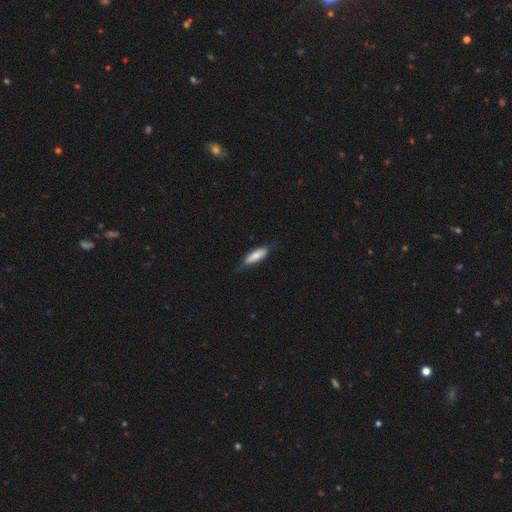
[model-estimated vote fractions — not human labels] Smooth or featured? Predicted: smooth (p=0.69). How rounded? Predicted: cigar-shaped (p=0.50). Merging? Predicted: none (p=0.66).